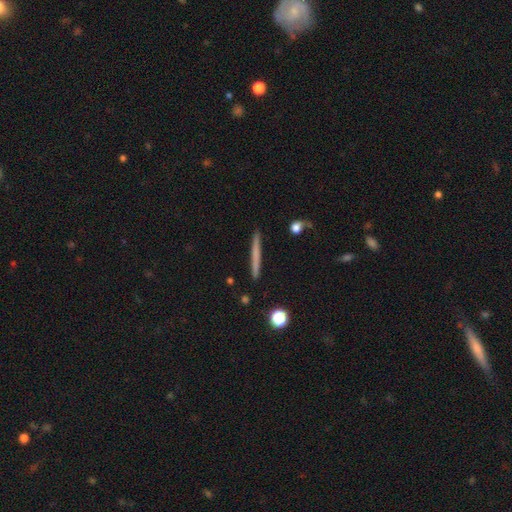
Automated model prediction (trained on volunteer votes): Overall: smooth (57%; featured or disk 36%). How rounded: cigar-shaped (96%). Merging: none (90%).